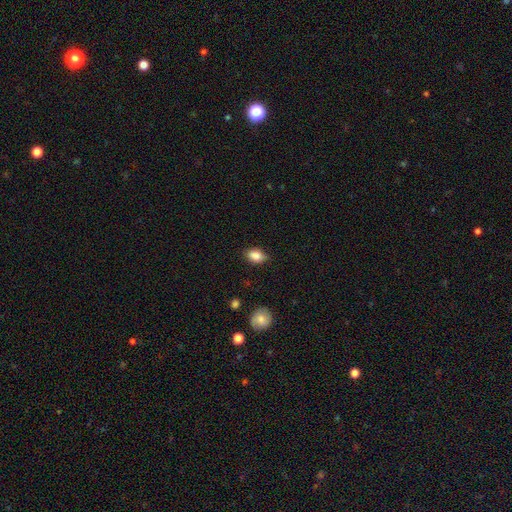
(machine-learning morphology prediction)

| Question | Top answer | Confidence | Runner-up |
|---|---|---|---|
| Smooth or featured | smooth | 86% | star or artifact (8%) |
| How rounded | in between | 83% | round (14%) |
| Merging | none | 77% | minor disturbance (19%) |